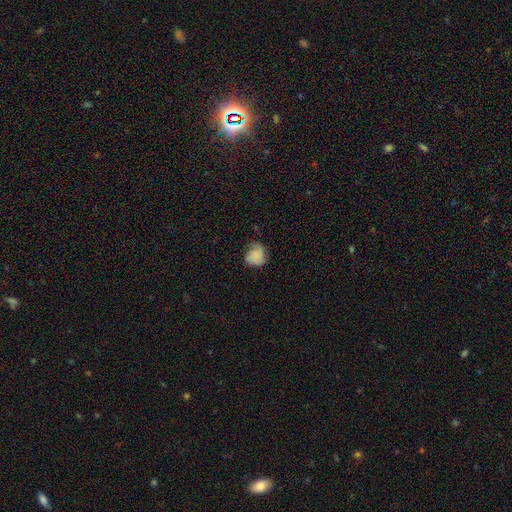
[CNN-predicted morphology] smooth-or-featured: smooth: 77% | featured or disk: 14% | star or artifact: 10%
  how-rounded: round: 63% | in between: 36% | cigar-shaped: 1%
  merging: none: 47% | minor disturbance: 37% | major disturbance: 14% | merger: 2%